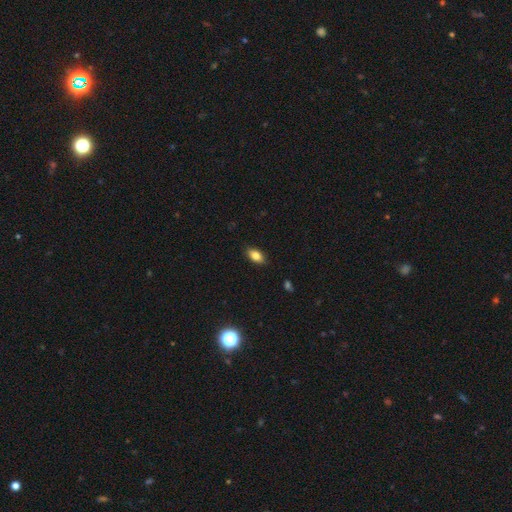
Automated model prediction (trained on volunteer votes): Q: Smooth or featured?
A: smooth (83%); runner-up: featured or disk (9%)
Q: How rounded?
A: in between (89%); runner-up: round (6%)
Q: Merging?
A: none (87%); runner-up: minor disturbance (10%)